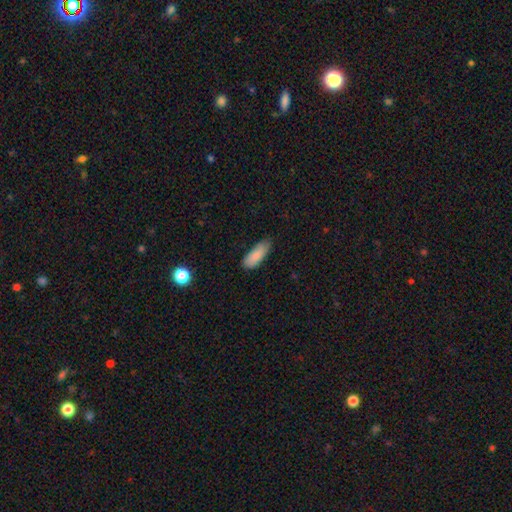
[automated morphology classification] smooth 87%, featured or disk 7%, star or artifact 6%. Down the decision tree: how rounded — in between (73%); merging — none (72%).